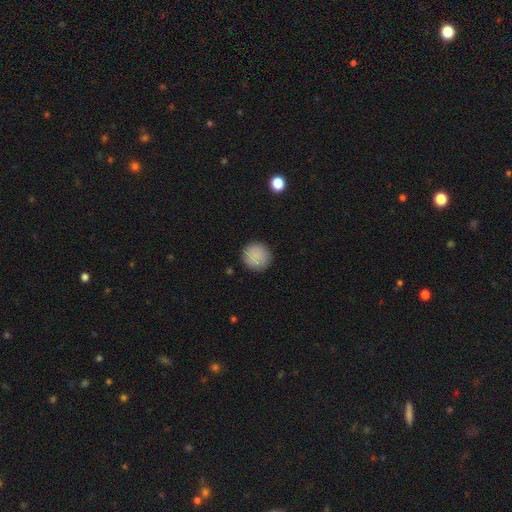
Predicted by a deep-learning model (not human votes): Morphology: type=smooth (87%); roundness=round (94%); merging=none (89%).